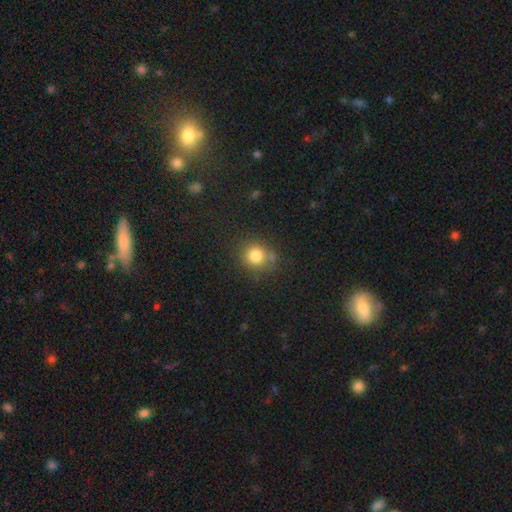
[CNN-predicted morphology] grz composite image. It shows a smooth galaxy with no disk features (82%) that is round (88%). Merging: none (71%).